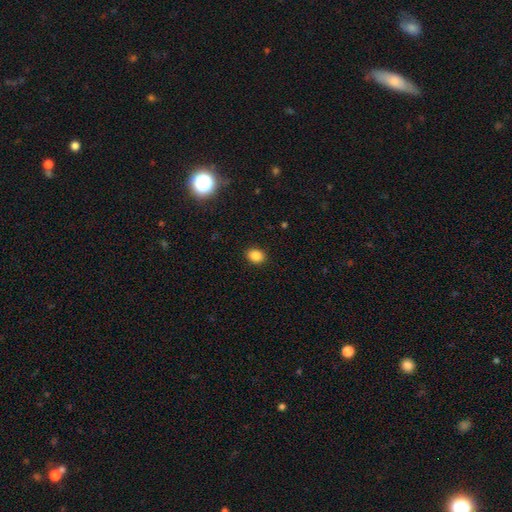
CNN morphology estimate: smooth_or_featured: smooth (p=0.86) [alt: star or artifact p=0.10]
how_rounded: in between (p=0.52) [alt: round p=0.47]
merging: none (p=0.90) [alt: minor disturbance p=0.07]